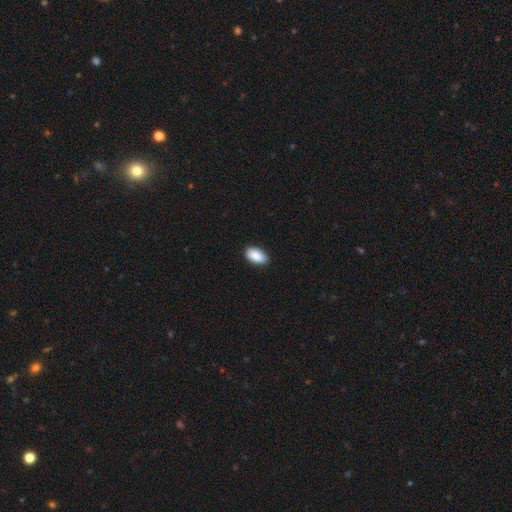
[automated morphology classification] smooth-or-featured: smooth: 90% | star or artifact: 7% | featured or disk: 4%
  how-rounded: in between: 94% | round: 4% | cigar-shaped: 2%
  merging: none: 88% | minor disturbance: 10% | major disturbance: 2% | merger: 1%